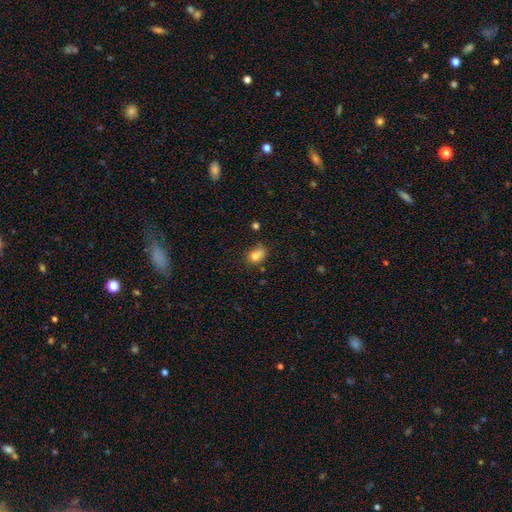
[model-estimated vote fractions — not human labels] smooth_or_featured: smooth (p=0.78) [alt: star or artifact p=0.12]
how_rounded: in between (p=0.70) [alt: round p=0.28]
merging: none (p=0.50) [alt: minor disturbance p=0.25]